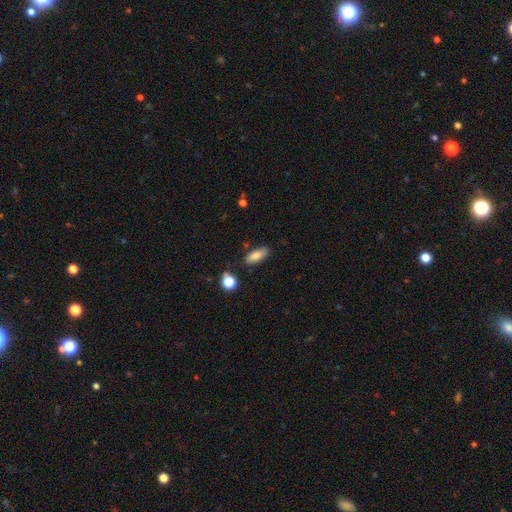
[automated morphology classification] Smooth or featured?
  - smooth: 82% *
  - featured or disk: 10%
  - star or artifact: 8%
How rounded?
  - in between: 76% *
  - cigar-shaped: 21%
  - round: 3%
Merging?
  - none: 80% *
  - minor disturbance: 14%
  - merger: 3%
  - major disturbance: 3%